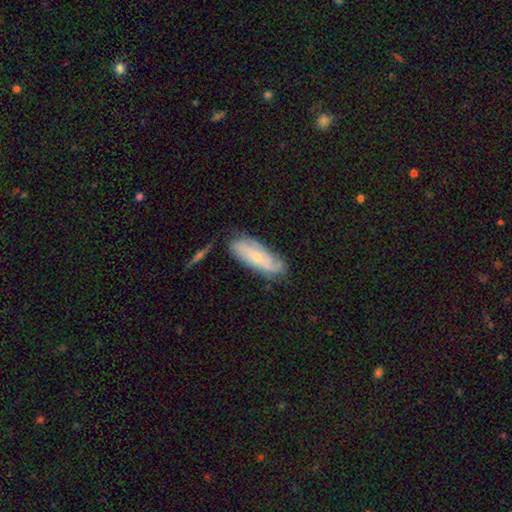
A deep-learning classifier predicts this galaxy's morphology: A featured or disk galaxy (57%). Merging: none (63%).